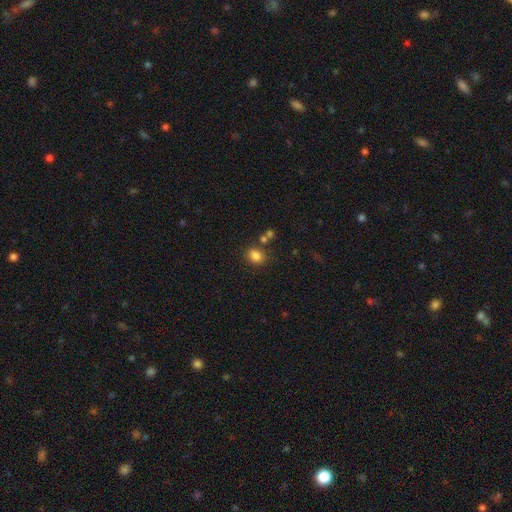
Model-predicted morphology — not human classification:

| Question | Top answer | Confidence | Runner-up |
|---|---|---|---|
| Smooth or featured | smooth | 82% | star or artifact (12%) |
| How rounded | in between | 51% | round (48%) |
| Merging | none | 74% | minor disturbance (12%) |